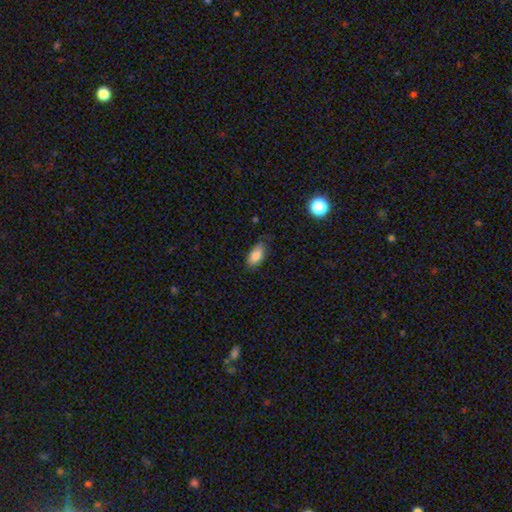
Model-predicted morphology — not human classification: Smooth or featured? Predicted: smooth (p=0.84). How rounded? Predicted: in between (p=0.91). Merging? Predicted: none (p=0.70).